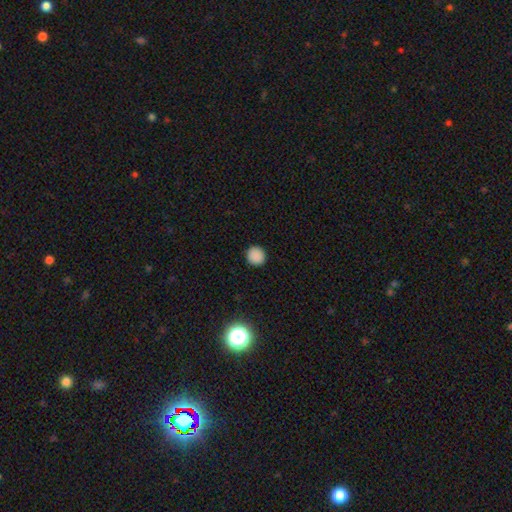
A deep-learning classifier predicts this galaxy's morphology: A smooth galaxy with no disk features (87%) that is round (93%). Merging: none (92%).